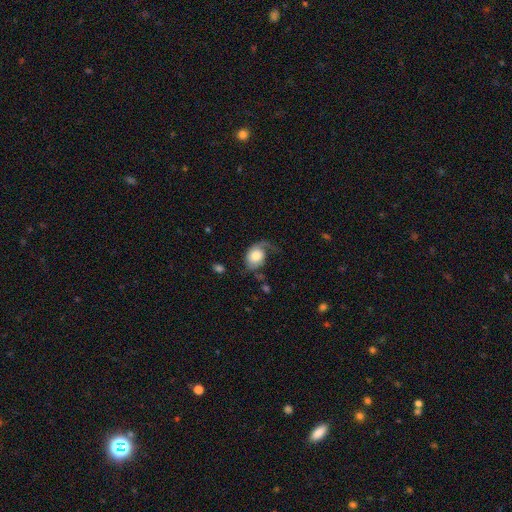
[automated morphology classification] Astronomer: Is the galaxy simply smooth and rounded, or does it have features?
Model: smooth — 48% (runner-up: featured or disk, 45%).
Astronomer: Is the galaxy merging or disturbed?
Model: major disturbance — 37% (runner-up: none, 34%).